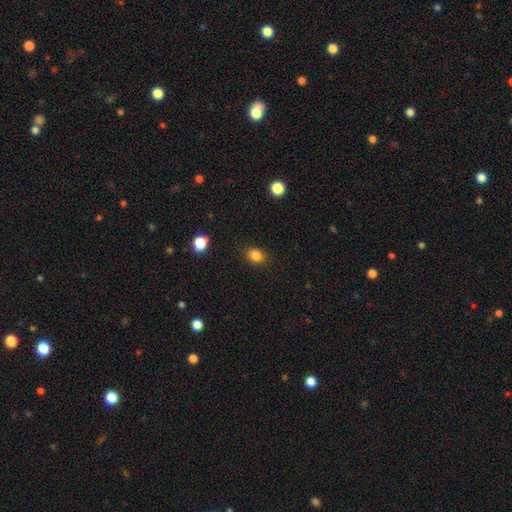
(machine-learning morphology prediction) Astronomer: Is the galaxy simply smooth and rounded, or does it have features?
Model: smooth — 84%.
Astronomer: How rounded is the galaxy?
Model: round — 50% (runner-up: in between, 49%).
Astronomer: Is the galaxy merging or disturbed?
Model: none — 86%.